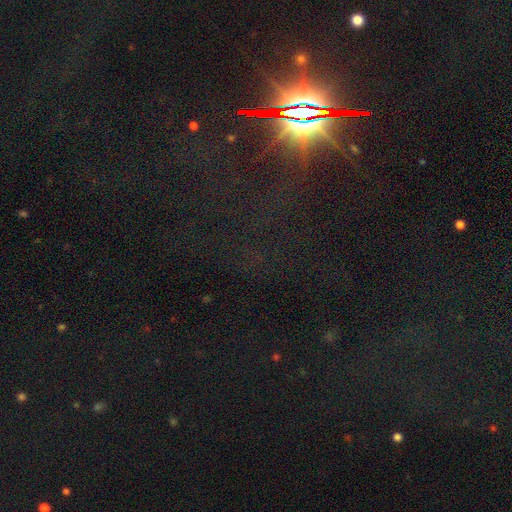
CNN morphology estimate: Q: Smooth or featured?
A: star or artifact (83%); runner-up: featured or disk (9%)